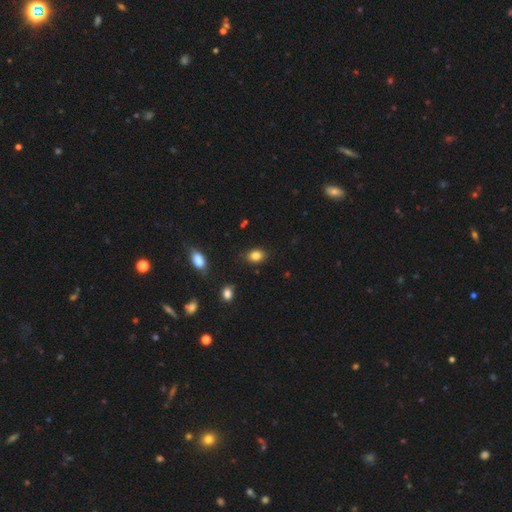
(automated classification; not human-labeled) Q: Smooth or featured?
A: smooth (84%); runner-up: star or artifact (10%)
Q: How rounded?
A: in between (70%); runner-up: round (28%)
Q: Merging?
A: none (84%); runner-up: minor disturbance (12%)